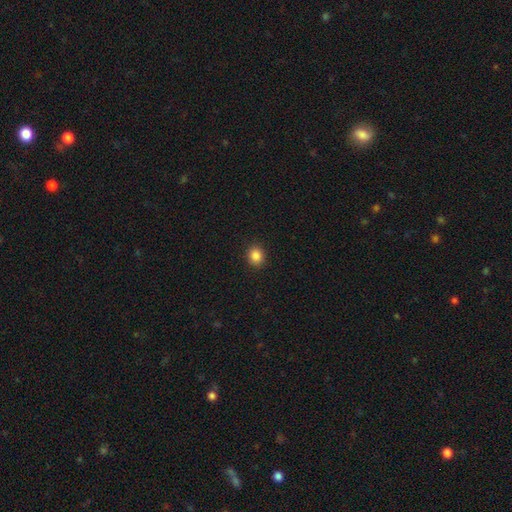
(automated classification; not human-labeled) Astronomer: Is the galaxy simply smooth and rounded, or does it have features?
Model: smooth — 86%.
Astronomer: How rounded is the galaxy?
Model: round — 73%.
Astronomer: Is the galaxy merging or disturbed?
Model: none — 91%.